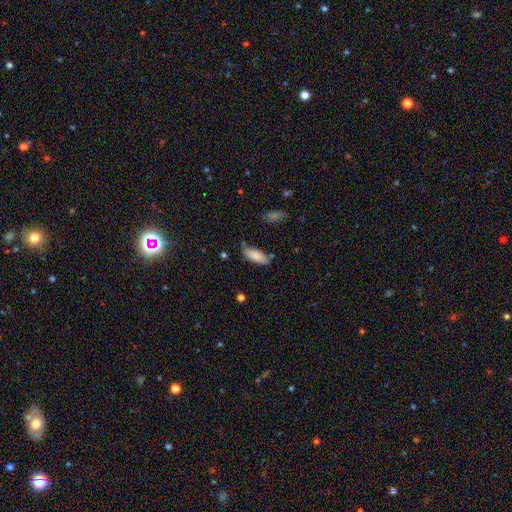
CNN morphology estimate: Smooth or featured? Predicted: smooth (p=0.87). How rounded? Predicted: in between (p=0.77). Merging? Predicted: none (p=0.73).